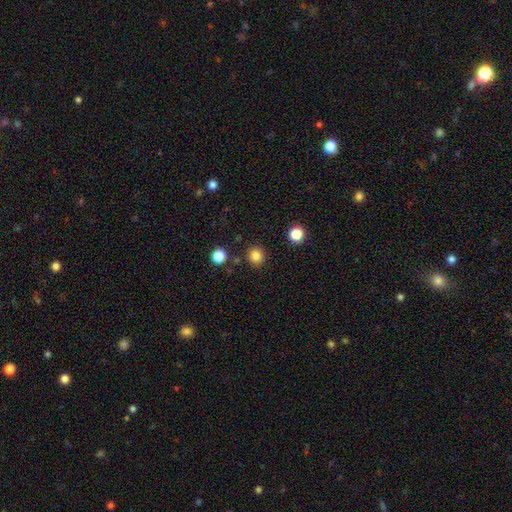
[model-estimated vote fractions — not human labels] Q: Smooth or featured?
A: smooth (83%); runner-up: star or artifact (12%)
Q: How rounded?
A: round (90%); runner-up: in between (9%)
Q: Merging?
A: none (89%); runner-up: minor disturbance (6%)